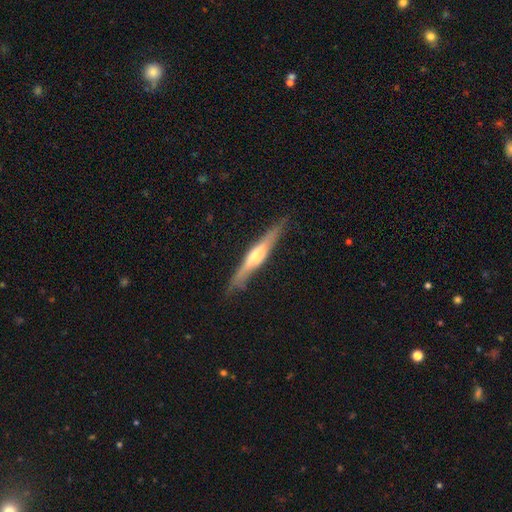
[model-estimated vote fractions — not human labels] Overall: featured or disk (69%). Edge-on disk: yes (95%). Edge-on bulge: rounded (80%). Merging: none (84%).